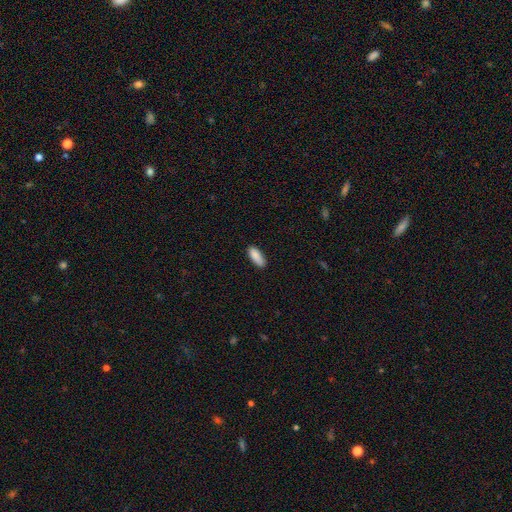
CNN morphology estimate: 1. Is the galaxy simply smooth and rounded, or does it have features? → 89% smooth, 6% star or artifact, 4% featured or disk.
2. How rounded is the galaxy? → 75% in between, 23% cigar-shaped, 2% round.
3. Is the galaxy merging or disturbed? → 81% none, 15% minor disturbance, 2% major disturbance, 1% merger.